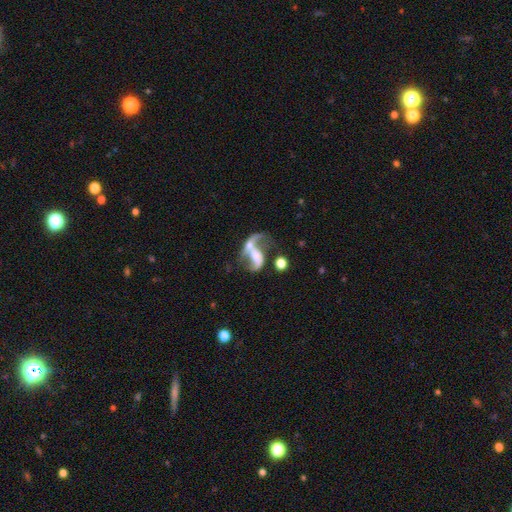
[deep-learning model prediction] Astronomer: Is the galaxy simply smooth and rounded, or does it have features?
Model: featured or disk — 64%.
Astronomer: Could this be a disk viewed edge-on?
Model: no — 96%.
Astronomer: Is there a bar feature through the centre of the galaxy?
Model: no — 63%.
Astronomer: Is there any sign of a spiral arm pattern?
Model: yes — 66%.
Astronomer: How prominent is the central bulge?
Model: none — 48%.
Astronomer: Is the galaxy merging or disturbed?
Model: merger — 48% (runner-up: major disturbance, 28%).